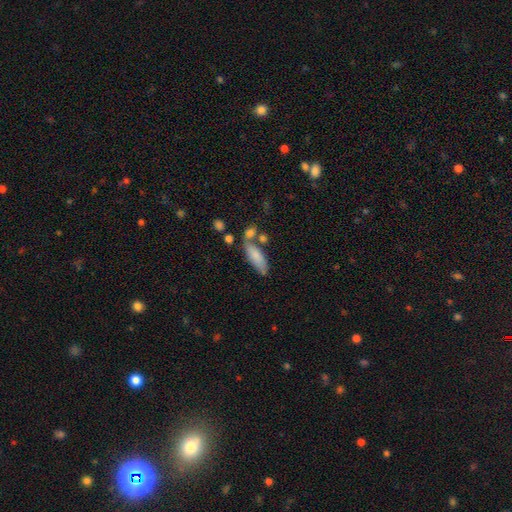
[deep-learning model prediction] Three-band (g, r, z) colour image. It shows a smooth galaxy with no disk features (81%) that is in between round and cigar-shaped (64%). Merging: none (55%).